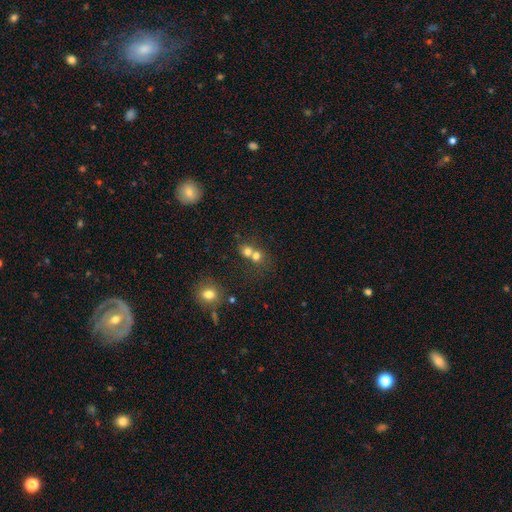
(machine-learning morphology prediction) Overall: smooth (70%). How rounded: round (79%). Merging: merger (55%; none 36%).